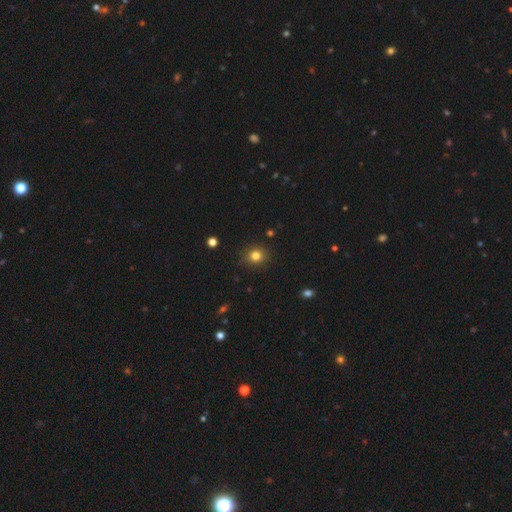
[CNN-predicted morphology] Smooth or featured? smooth (81%)
How rounded? round (81%)
Merging? none (88%)